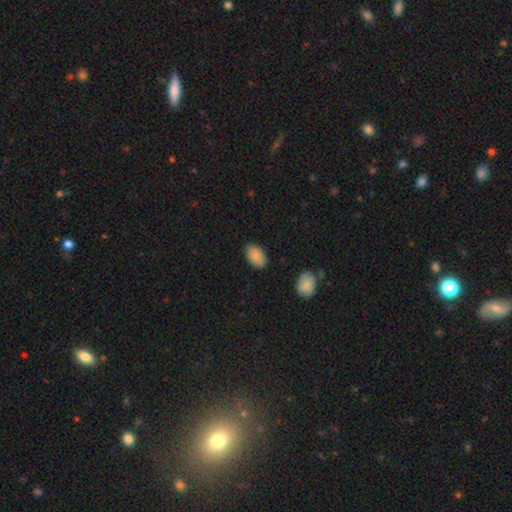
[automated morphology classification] Smooth or featured? Predicted: smooth (p=0.88). How rounded? Predicted: in between (p=0.93). Merging? Predicted: none (p=0.83).